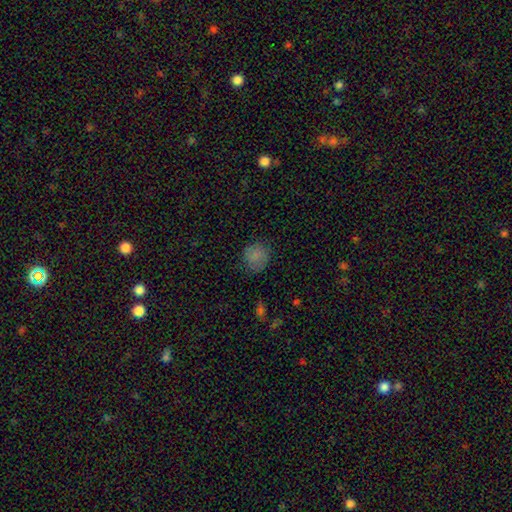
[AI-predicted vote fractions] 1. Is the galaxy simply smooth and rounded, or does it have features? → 80% smooth, 11% star or artifact, 9% featured or disk.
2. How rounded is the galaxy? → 84% round, 15% in between, 1% cigar-shaped.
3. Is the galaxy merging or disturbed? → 76% none, 18% minor disturbance, 5% major disturbance, 1% merger.